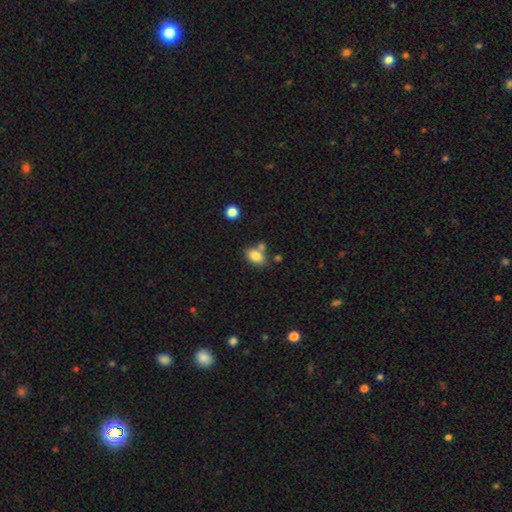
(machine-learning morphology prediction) smooth-or-featured: smooth: 82% | star or artifact: 9% | featured or disk: 9%
  how-rounded: in between: 82% | round: 17% | cigar-shaped: 2%
  merging: none: 58% | merger: 22% | minor disturbance: 16% | major disturbance: 5%